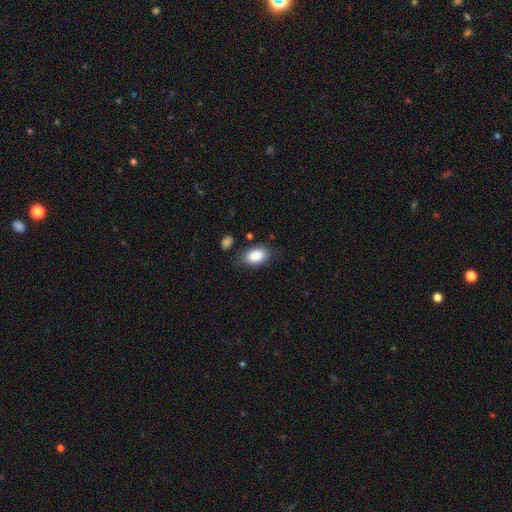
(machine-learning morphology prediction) smooth_or_featured: smooth (p=0.88) [alt: star or artifact p=0.07]
how_rounded: in between (p=0.91) [alt: round p=0.08]
merging: none (p=0.75) [alt: minor disturbance p=0.17]